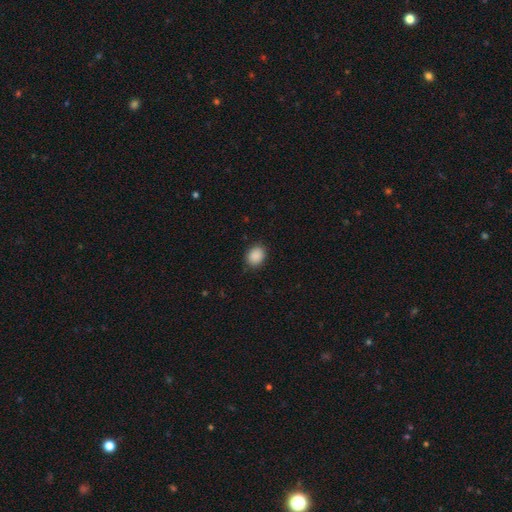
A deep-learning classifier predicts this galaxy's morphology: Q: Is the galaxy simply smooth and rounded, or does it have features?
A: smooth — 89%.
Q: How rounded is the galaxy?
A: in between — 53%.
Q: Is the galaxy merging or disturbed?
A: none — 87%.